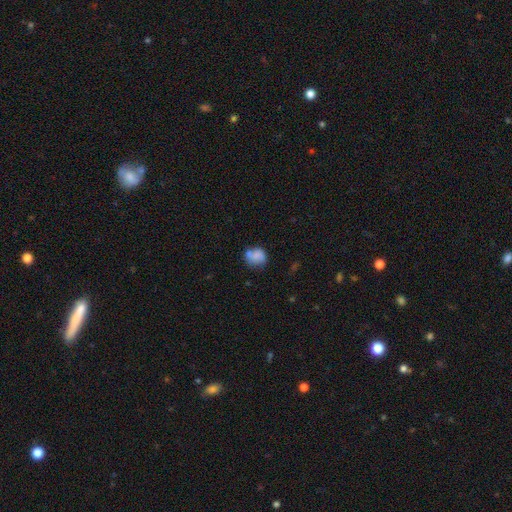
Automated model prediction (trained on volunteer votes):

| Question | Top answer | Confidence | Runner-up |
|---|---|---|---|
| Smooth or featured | smooth | 68% | featured or disk (22%) |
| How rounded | round | 62% | in between (37%) |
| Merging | none | 48% | minor disturbance (26%) |